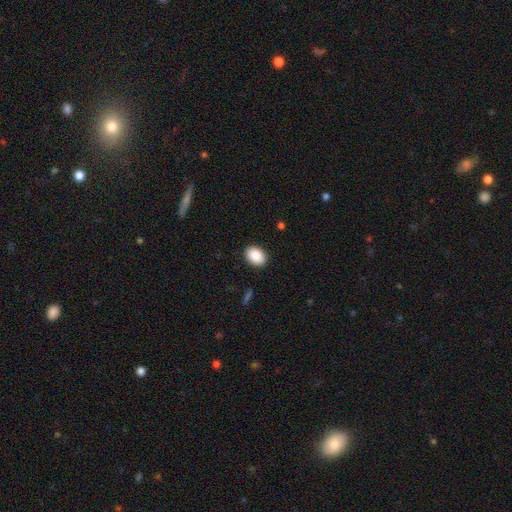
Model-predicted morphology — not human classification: This appears to be a smooth galaxy with no disk features (88%) that is in between round and cigar-shaped (76%). Merging: none (90%).